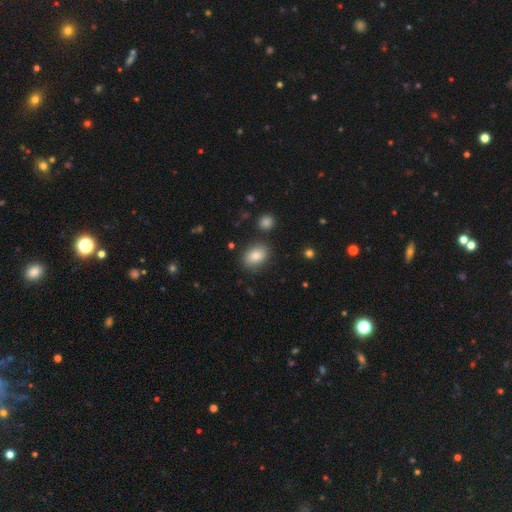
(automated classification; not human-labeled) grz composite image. It shows a smooth galaxy with no disk features (85%) that is in between round and cigar-shaped (77%). Merging: none (81%).